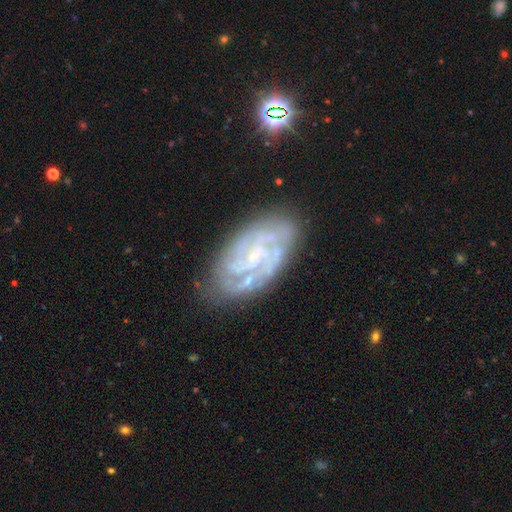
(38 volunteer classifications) This is clearly a featured or disk galaxy (87%). It is clearly not viewed edge-on (88%). Bar: possibly no (55%). Spiral arm pattern: clearly yes (93%). Spiral arm count: marginally 2 (37%). Spiral winding: possibly tight (52%). Central bulge: likely small (79%). Merging: likely none (65%).